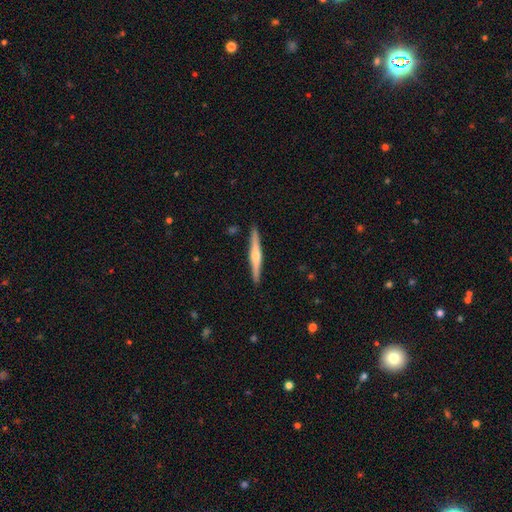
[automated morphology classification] Smooth or featured: featured or disk — 66% (smooth — 28%)
Edge-on disk: yes — 98% (no — 2%)
Edge-on bulge: rounded — 87% (none — 8%)
Merging: none — 91% (minor disturbance — 6%)